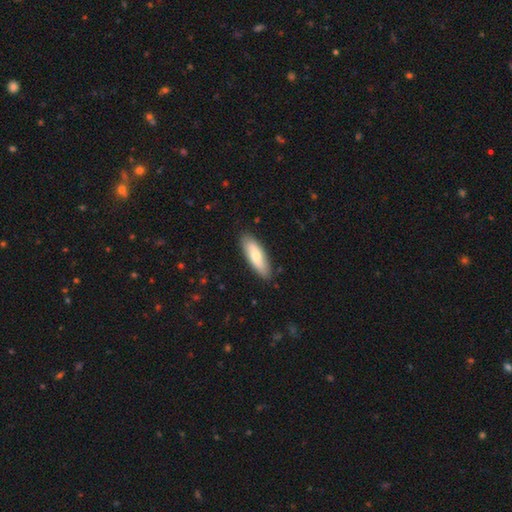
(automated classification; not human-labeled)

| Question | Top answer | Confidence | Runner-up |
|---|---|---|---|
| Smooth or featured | smooth | 73% | featured or disk (21%) |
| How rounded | in between | 54% | cigar-shaped (44%) |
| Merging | none | 87% | minor disturbance (10%) |